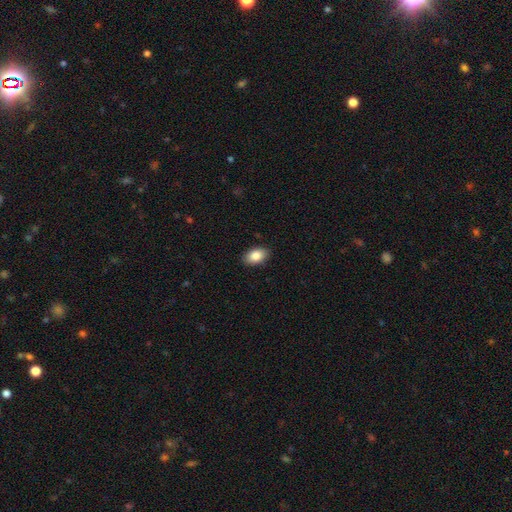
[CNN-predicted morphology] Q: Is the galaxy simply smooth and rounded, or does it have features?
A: smooth — 86%.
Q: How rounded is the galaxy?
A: in between — 91%.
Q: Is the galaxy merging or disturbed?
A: none — 89%.